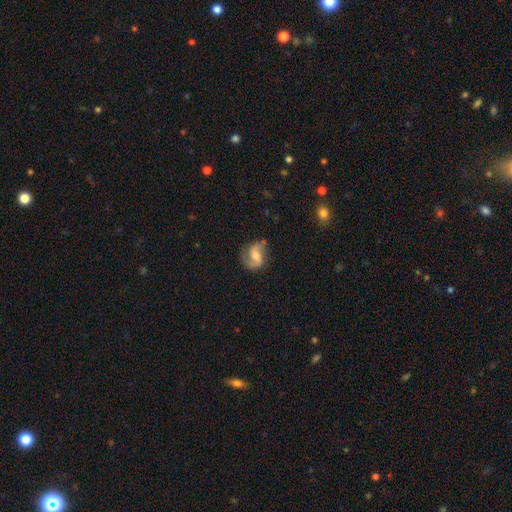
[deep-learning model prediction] The model was most divided on "spiral winding": medium: 44%, loose: 42%, tight: 15%. Remaining: edge-on disk — no (97%); spiral arms — yes (93%); spiral arm count — 2 (85%); smooth or featured — featured or disk (72%); merging — none (67%); bulge size — moderate (58%); bar — weak (45%).